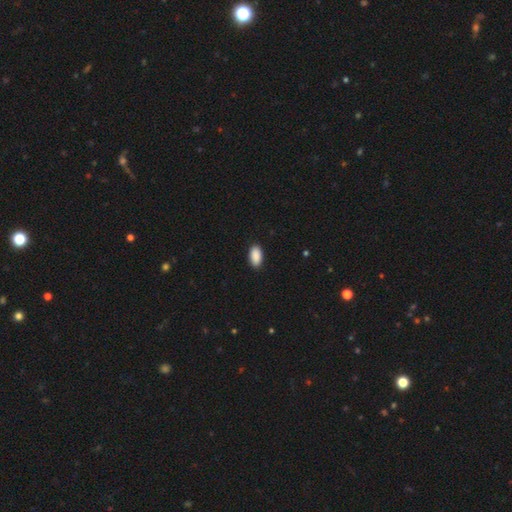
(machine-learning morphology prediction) Smooth or featured? smooth (91%)
How rounded? in between (94%)
Merging? none (90%)